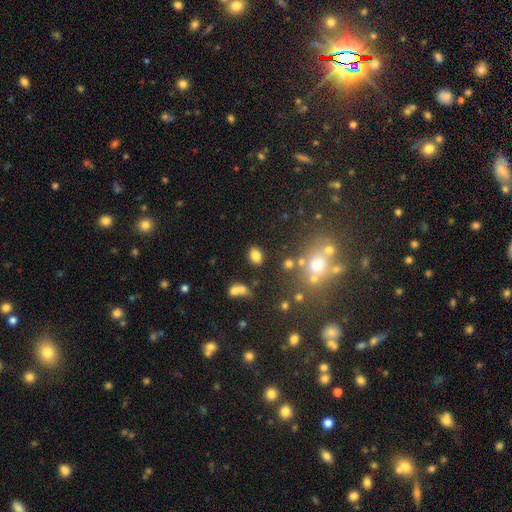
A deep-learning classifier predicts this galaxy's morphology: This appears to be a smooth galaxy with no disk features (79%) that is in between round and cigar-shaped (73%). Merging: none (80%).